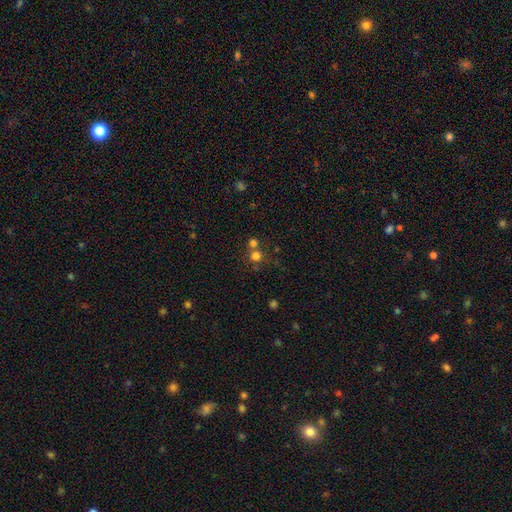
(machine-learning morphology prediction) Smooth or featured? Predicted: smooth (p=0.72). How rounded? Predicted: round (p=0.91). Merging? Predicted: none (p=0.59).